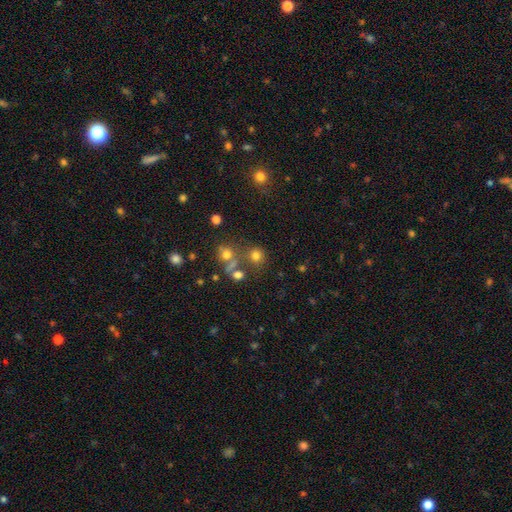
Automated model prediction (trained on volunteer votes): smooth 72%, star or artifact 19%, featured or disk 8%. Down the decision tree: how rounded — round (86%); merging — none (67%).